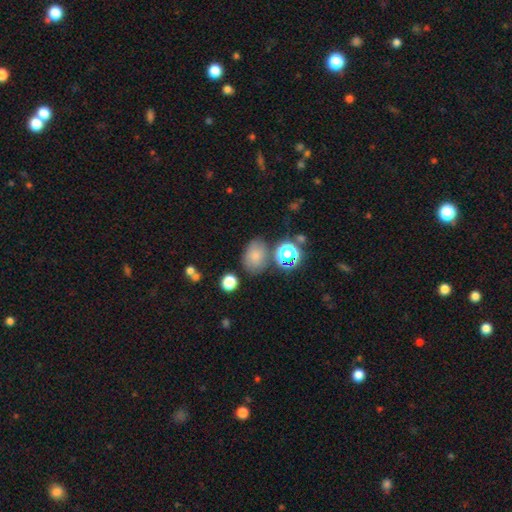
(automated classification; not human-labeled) A smooth galaxy with no disk features (73%) that is in between round and cigar-shaped (68%). Merging: none (66%).